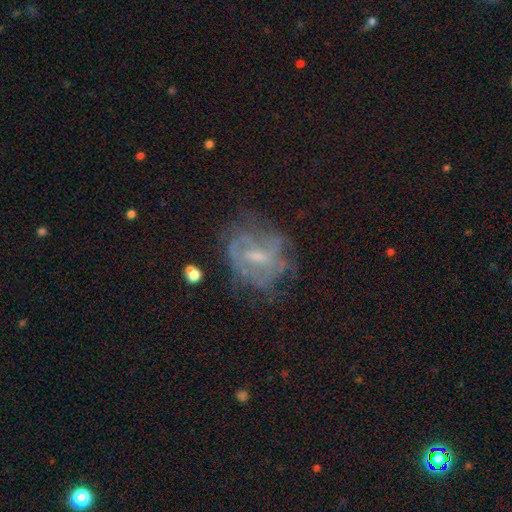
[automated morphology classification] Smooth or featured? Predicted: featured or disk (p=0.61). Edge-on disk? Predicted: no (p=0.96). Bar? Predicted: weak (p=0.49). Spiral arms? Predicted: yes (p=0.65). Bulge size? Predicted: small (p=0.50). Merging? Predicted: none (p=0.66).